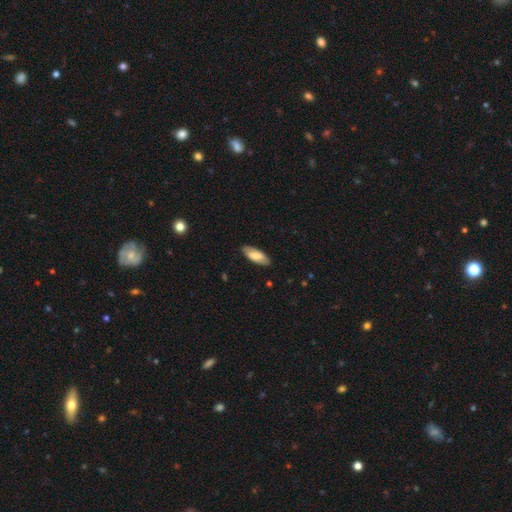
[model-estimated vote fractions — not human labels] Smooth or featured? smooth (75%)
How rounded? in between (77%)
Merging? none (84%)